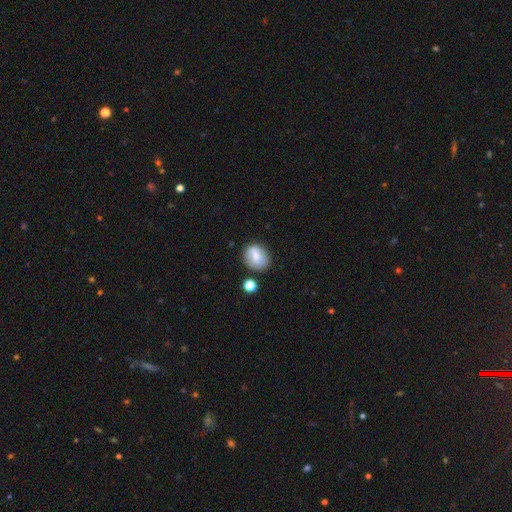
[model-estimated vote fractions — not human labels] A smooth galaxy with no disk features (68%) that is round (59%).

Vote fractions:
- Smooth or featured? smooth: 68% / featured or disk: 24% / star or artifact: 9%
- How rounded? round: 59% / in between: 40% / cigar-shaped: 1%
- Merging? none: 72% / minor disturbance: 17% / merger: 7% / major disturbance: 4%